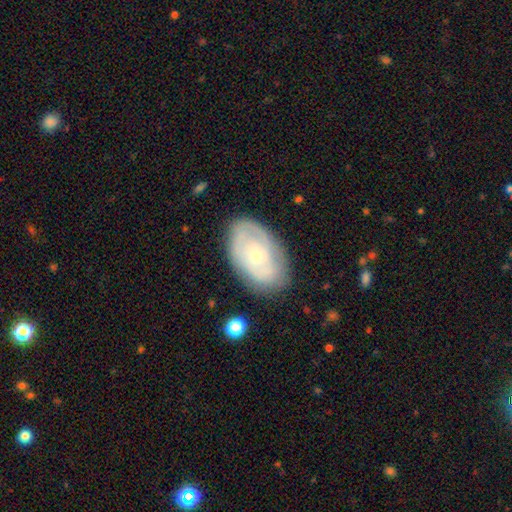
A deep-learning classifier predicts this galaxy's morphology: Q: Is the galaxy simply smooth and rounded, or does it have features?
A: featured or disk — 61%.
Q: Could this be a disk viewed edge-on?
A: no — 95%.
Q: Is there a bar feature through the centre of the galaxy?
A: no — 81%.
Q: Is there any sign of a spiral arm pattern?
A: yes — 71%.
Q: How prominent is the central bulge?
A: small — 71%.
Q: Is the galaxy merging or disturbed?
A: none — 76%.